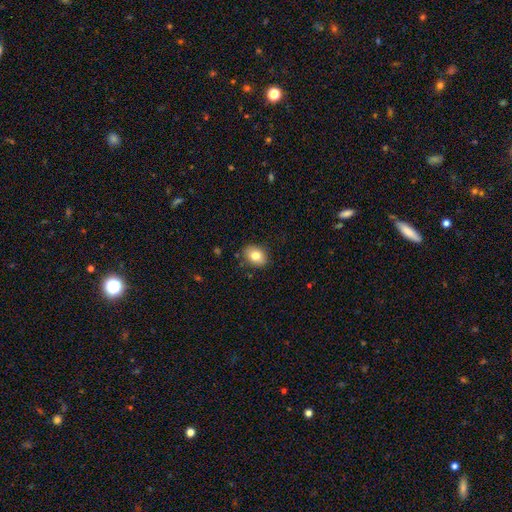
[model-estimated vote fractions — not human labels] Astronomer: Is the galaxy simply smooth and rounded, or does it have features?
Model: smooth — 80%.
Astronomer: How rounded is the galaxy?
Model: in between — 68%.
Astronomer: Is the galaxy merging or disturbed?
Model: none — 86%.